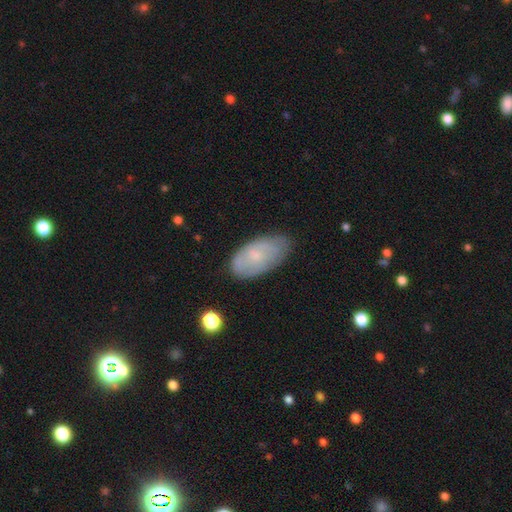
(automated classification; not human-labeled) This appears to be a smooth galaxy with no disk features (61%) that is in between round and cigar-shaped (94%). Merging: none (73%).